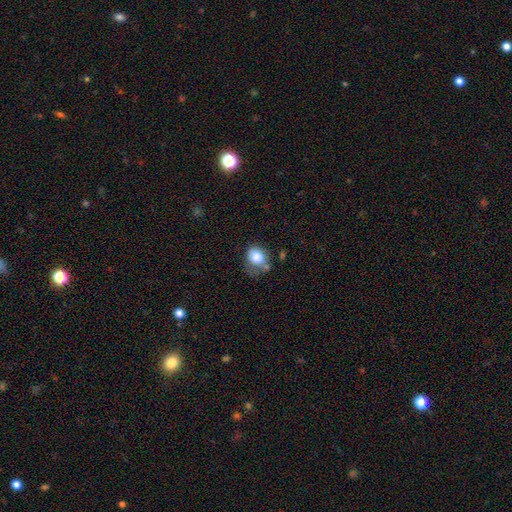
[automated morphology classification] Smooth or featured? Predicted: smooth (p=0.80). How rounded? Predicted: round (p=0.53). Merging? Predicted: none (p=0.39).